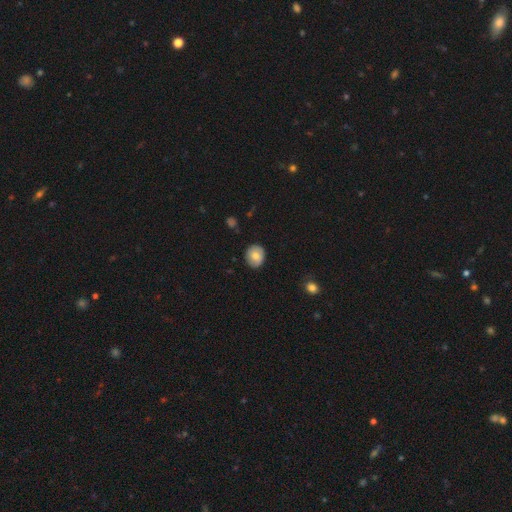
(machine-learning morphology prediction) This appears to be a smooth galaxy with no disk features (76%) that is round (70%). Merging: none (85%).